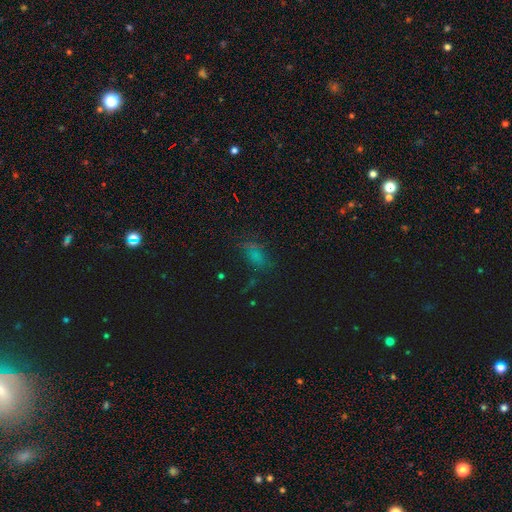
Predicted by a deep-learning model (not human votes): Smooth or featured?
  - smooth: 57% *
  - star or artifact: 29%
  - featured or disk: 15%
How rounded?
  - in between: 82% *
  - round: 11%
  - cigar-shaped: 8%
Merging?
  - none: 52% *
  - minor disturbance: 24%
  - major disturbance: 19%
  - merger: 5%